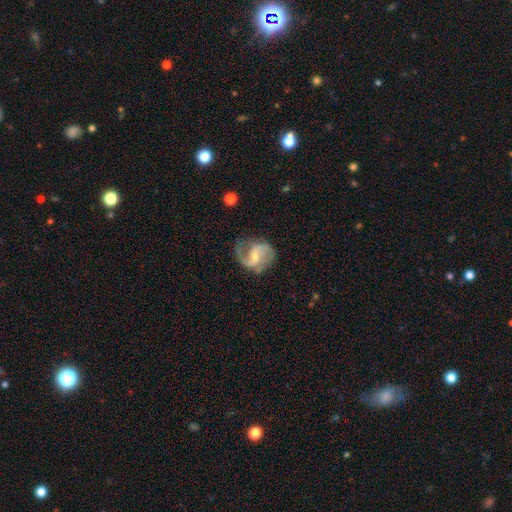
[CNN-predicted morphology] Smooth or featured?
  - featured or disk: 88% *
  - smooth: 7%
  - star or artifact: 5%
Edge-on disk?
  - no: 98% *
  - yes: 2%
Bar?
  - weak: 50% *
  - no: 35%
  - strong: 15%
Spiral arms?
  - yes: 97% *
  - no: 3%
Spiral winding?
  - medium: 48% *
  - loose: 41%
  - tight: 11%
Spiral arm count?
  - 2: 89% *
  - 1: 4%
  - can't tell: 3%
  - 3: 2%
  - 4: 1%
  - more than 4: 1%
Bulge size?
  - small: 55% *
  - moderate: 38%
  - none: 5%
  - large: 2%
  - dominant: 1%
Merging?
  - none: 69% *
  - minor disturbance: 19%
  - major disturbance: 10%
  - merger: 2%